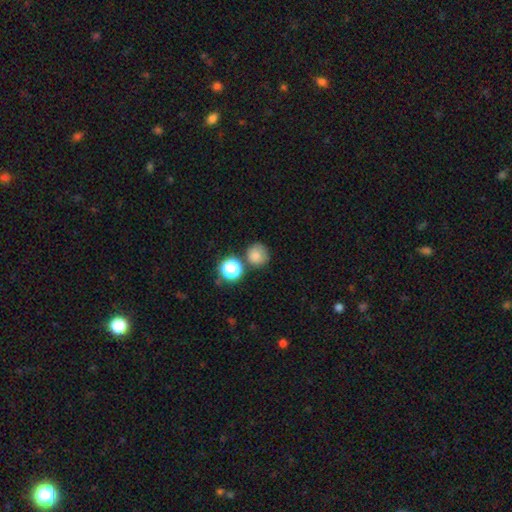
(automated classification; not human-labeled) Overall: smooth (78%). How rounded: round (90%). Merging: none (72%).